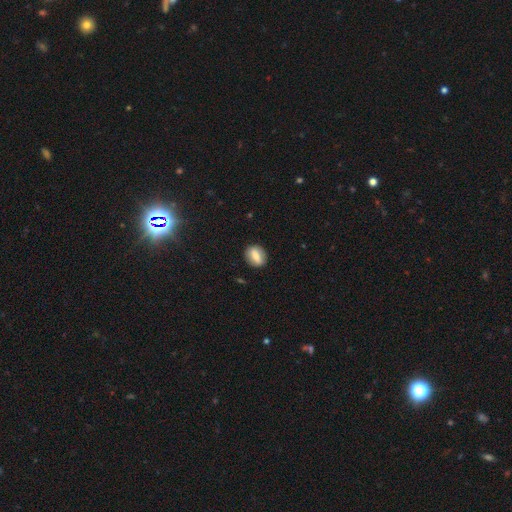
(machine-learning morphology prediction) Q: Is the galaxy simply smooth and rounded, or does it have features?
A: smooth — 65%.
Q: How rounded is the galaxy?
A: in between — 50%.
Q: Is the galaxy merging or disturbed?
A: none — 87%.